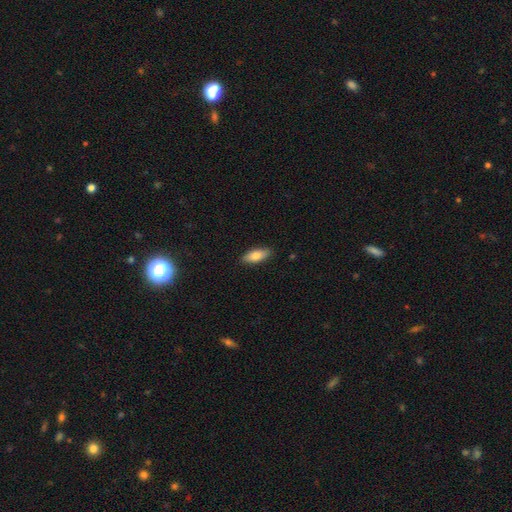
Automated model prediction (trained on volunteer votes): A smooth galaxy with no disk features (78%) that is in between round and cigar-shaped (77%). Merging: none (88%).